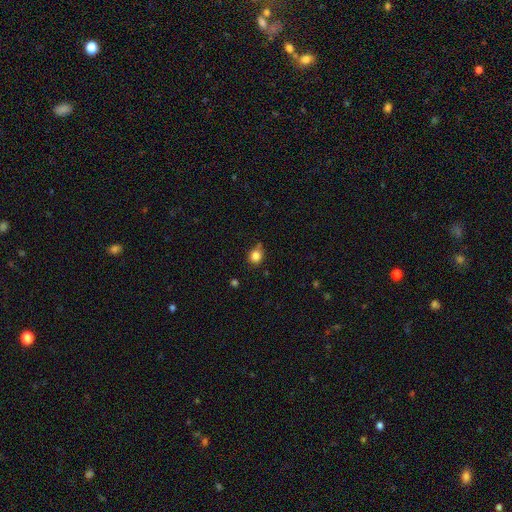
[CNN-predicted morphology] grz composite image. It shows a smooth galaxy with no disk features (84%) that is round (81%). Merging: none (70%).